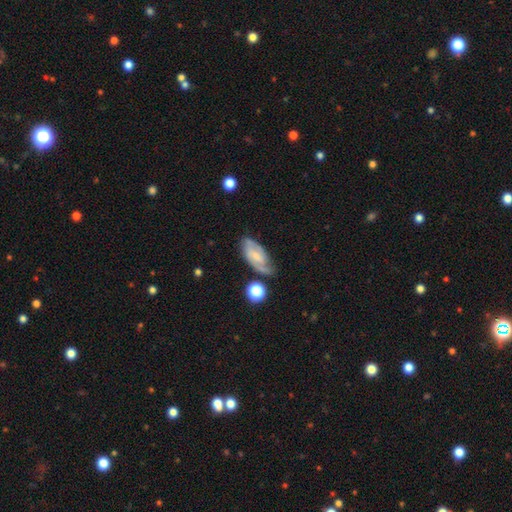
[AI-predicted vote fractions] smooth_or_featured: featured or disk (p=0.66) [alt: smooth p=0.27]
disk_edge_on: no (p=0.92) [alt: yes p=0.08]
bar: weak (p=0.47) [alt: no p=0.38]
has_spiral_arms: yes (p=0.90) [alt: no p=0.10]
spiral_winding: medium (p=0.44) [alt: tight p=0.38]
spiral_arm_count: 2 (p=0.66) [alt: can't tell p=0.18]
bulge_size: small (p=0.56) [alt: moderate p=0.26]
merging: none (p=0.63) [alt: minor disturbance p=0.24]